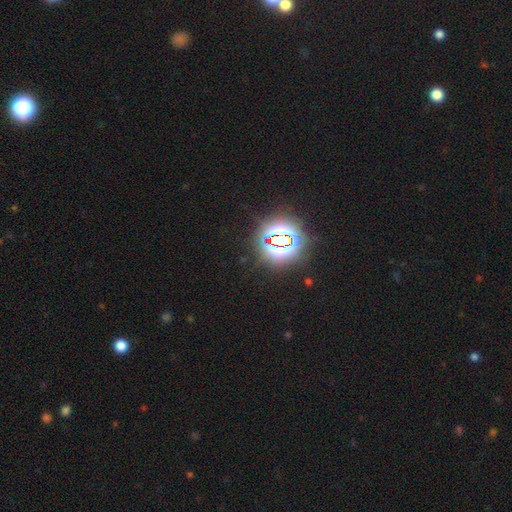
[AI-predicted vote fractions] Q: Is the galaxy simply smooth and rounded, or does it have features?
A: star or artifact — 79%.